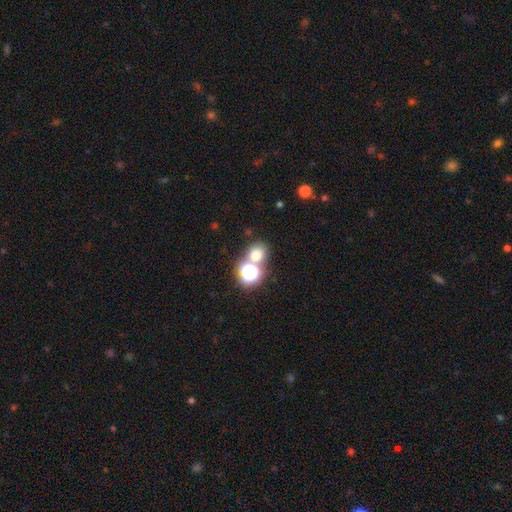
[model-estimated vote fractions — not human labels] A smooth galaxy with no disk features (66%) that is round (77%).

Vote fractions:
- Smooth or featured? smooth: 66% / star or artifact: 25% / featured or disk: 9%
- How rounded? round: 77% / in between: 22% / cigar-shaped: 1%
- Merging? none: 59% / merger: 29% / minor disturbance: 8% / major disturbance: 4%